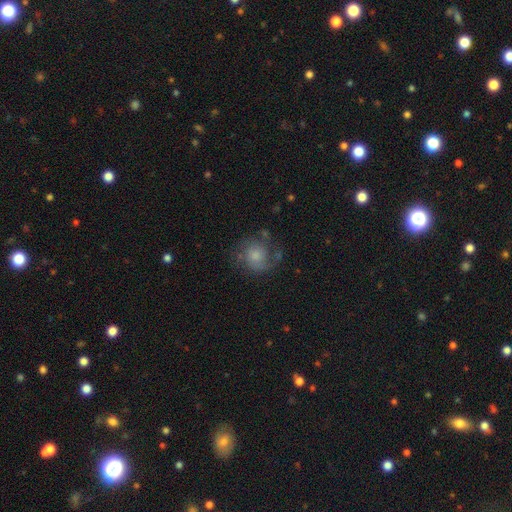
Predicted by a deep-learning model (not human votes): This appears to be a featured or disk galaxy (46%). Merging: none (56%).